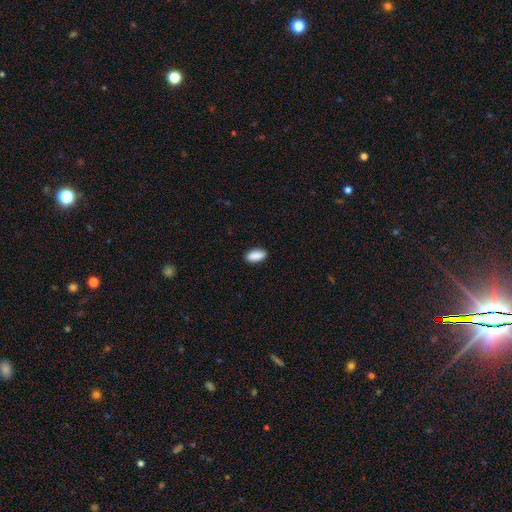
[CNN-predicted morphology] smooth-or-featured: smooth: 90% | star or artifact: 7% | featured or disk: 3%
  how-rounded: in between: 92% | cigar-shaped: 5% | round: 3%
  merging: none: 89% | minor disturbance: 8% | major disturbance: 2% | merger: 1%